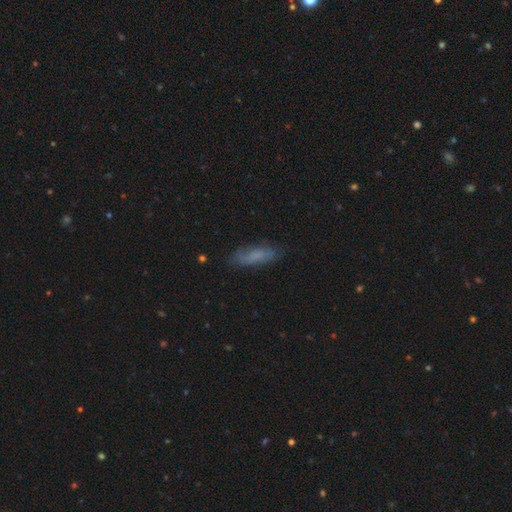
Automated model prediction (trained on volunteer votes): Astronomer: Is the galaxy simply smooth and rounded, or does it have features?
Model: smooth — 69%.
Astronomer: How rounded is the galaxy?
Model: cigar-shaped — 54% (runner-up: in between, 44%).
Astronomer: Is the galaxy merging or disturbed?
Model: none — 78%.